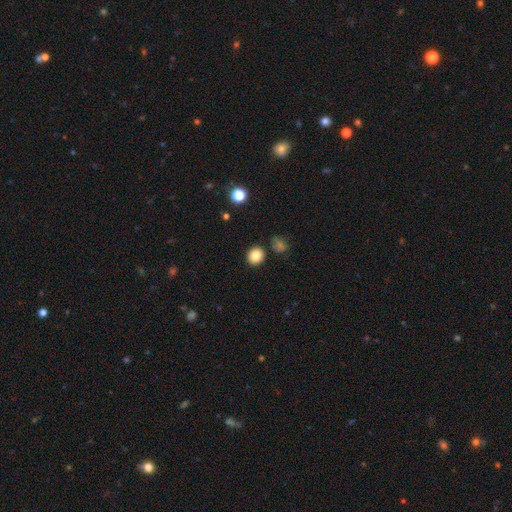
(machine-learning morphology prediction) smooth_or_featured: smooth (p=0.84) [alt: star or artifact p=0.10]
how_rounded: round (p=0.84) [alt: in between p=0.15]
merging: none (p=0.87) [alt: minor disturbance p=0.07]